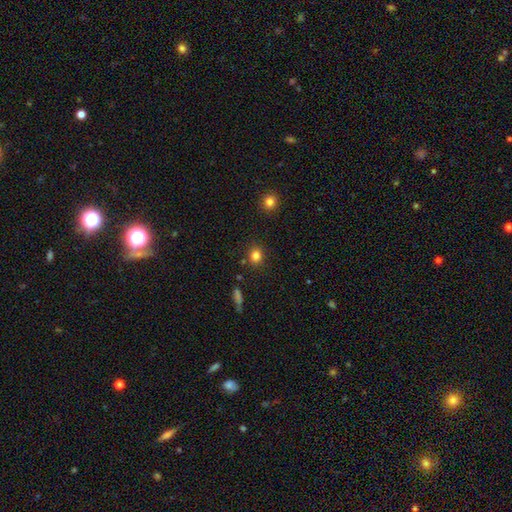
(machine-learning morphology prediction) A smooth galaxy with no disk features (82%) that is round (76%). Merging: none (87%).